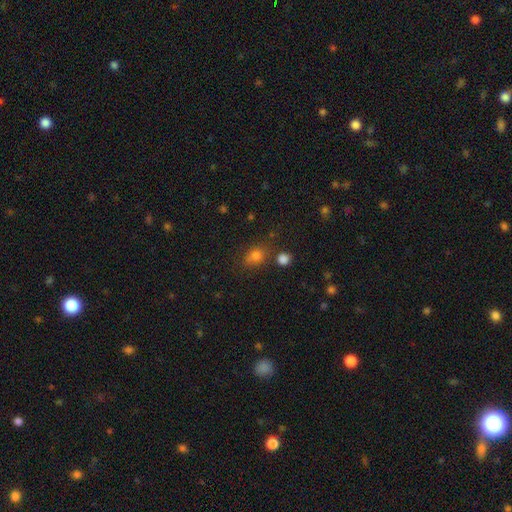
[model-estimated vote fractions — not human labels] Overall: smooth (77%). How rounded: round (50%; in between 48%). Merging: none (70%).